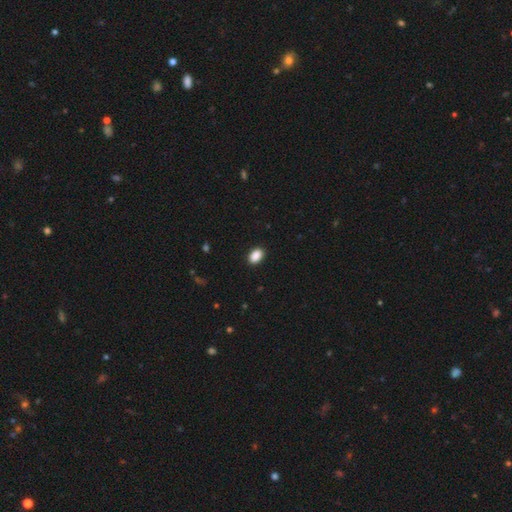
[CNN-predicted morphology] This is clearly a smooth galaxy (90%). How rounded: clearly in between (86%). Merging: clearly none (90%).